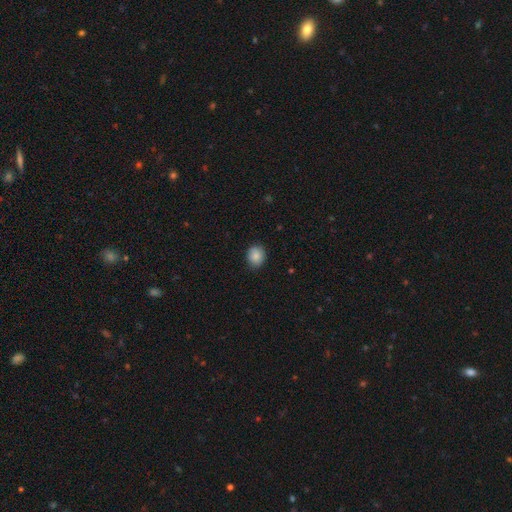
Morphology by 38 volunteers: smooth_or_featured: smooth (p=0.89) [alt: star or artifact p=0.11]
how_rounded: round (p=0.71) [alt: in between p=0.26]
merging: none (p=0.82) [alt: minor disturbance p=0.12]